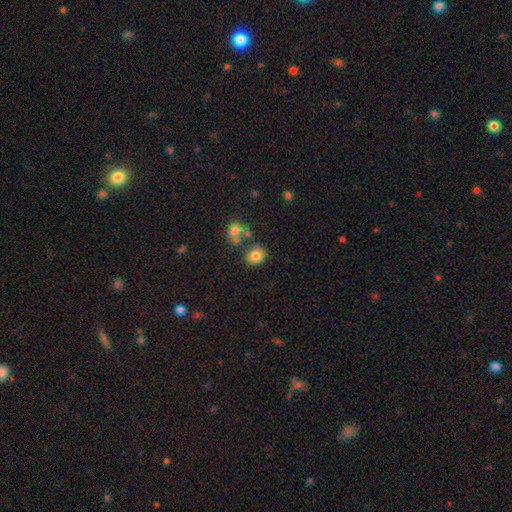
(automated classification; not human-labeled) Smooth or featured? smooth (80%)
How rounded? round (58%)
Merging? none (68%)